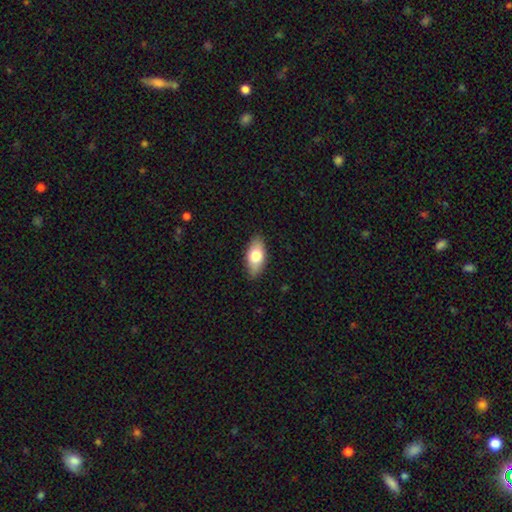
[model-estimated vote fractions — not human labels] Morphology: type=smooth (73%); roundness=in between (89%); merging=none (87%).